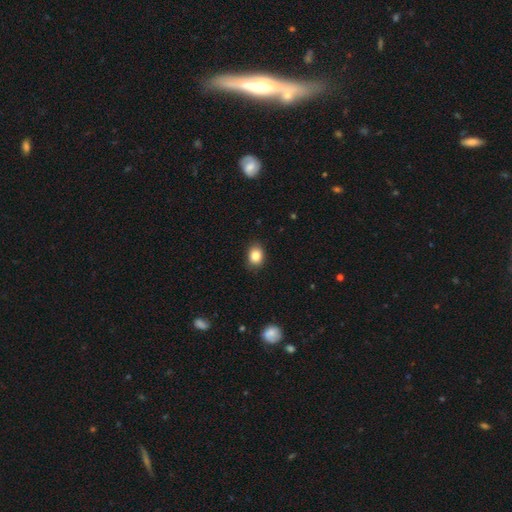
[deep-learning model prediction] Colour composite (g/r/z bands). It shows a smooth galaxy with no disk features (84%) that is in between round and cigar-shaped (56%). Merging: none (87%).